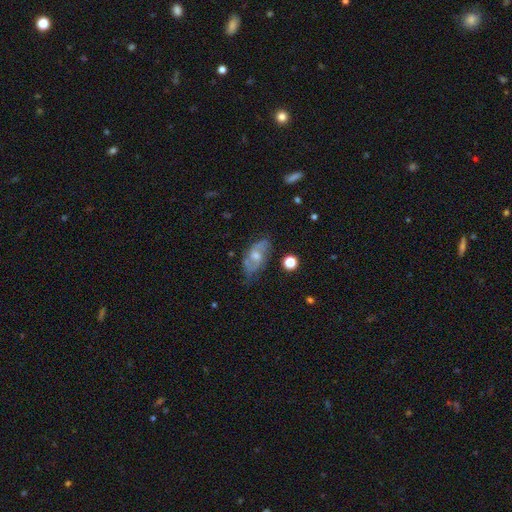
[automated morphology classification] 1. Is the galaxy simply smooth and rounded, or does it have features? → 69% featured or disk, 21% smooth, 10% star or artifact.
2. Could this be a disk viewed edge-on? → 91% no, 9% yes.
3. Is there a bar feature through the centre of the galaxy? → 62% no, 31% weak, 7% strong.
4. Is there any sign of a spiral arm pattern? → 81% yes, 19% no.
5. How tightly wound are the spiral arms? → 45% medium, 30% tight, 26% loose.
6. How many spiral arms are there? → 69% 2, 21% can't tell, 4% 1, 3% 3, 2% 4, 2% more than 4.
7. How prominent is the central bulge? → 61% moderate, 31% small, 4% large, 3% none, 1% dominant.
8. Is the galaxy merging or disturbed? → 69% none, 22% minor disturbance, 7% major disturbance, 2% merger.